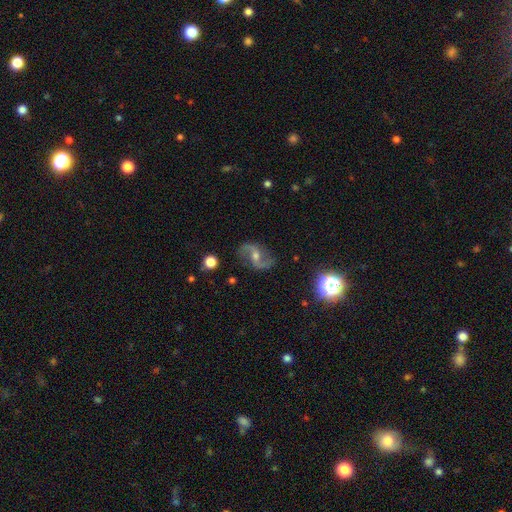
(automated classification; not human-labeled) Q: Smooth or featured?
A: featured or disk (86%); runner-up: star or artifact (8%)
Q: Edge-on disk?
A: no (97%); runner-up: yes (3%)
Q: Bar?
A: weak (44%); runner-up: no (34%)
Q: Spiral arms?
A: yes (96%); runner-up: no (4%)
Q: Spiral winding?
A: loose (63%); runner-up: medium (30%)
Q: Spiral arm count?
A: 2 (94%); runner-up: can't tell (2%)
Q: Bulge size?
A: moderate (53%); runner-up: small (41%)
Q: Merging?
A: none (83%); runner-up: minor disturbance (11%)